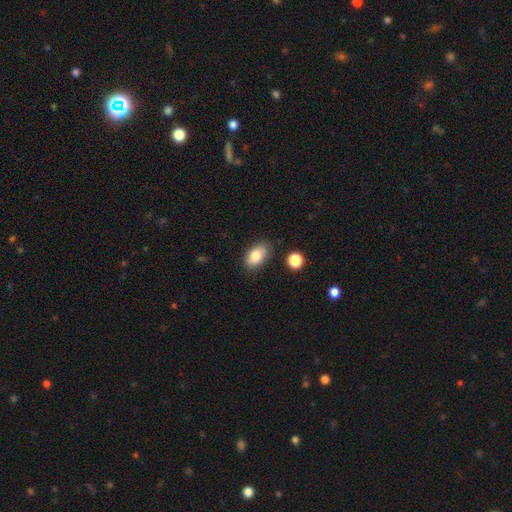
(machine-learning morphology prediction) A smooth galaxy with no disk features (82%) that is in between round and cigar-shaped (90%).

Vote fractions:
- Smooth or featured? smooth: 82% / featured or disk: 10% / star or artifact: 8%
- How rounded? in between: 90% / round: 8% / cigar-shaped: 2%
- Merging? none: 80% / minor disturbance: 14% / major disturbance: 3% / merger: 3%